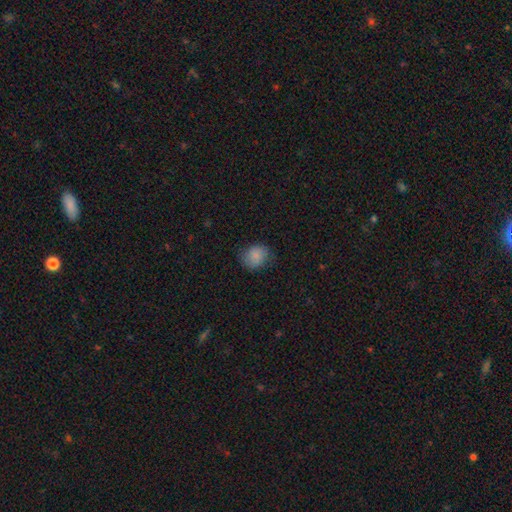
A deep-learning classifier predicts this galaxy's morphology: Overall: smooth (84%). How rounded: round (65%; in between 34%). Merging: none (76%).